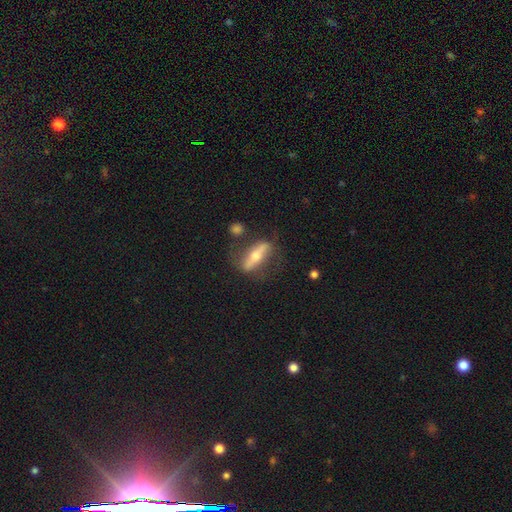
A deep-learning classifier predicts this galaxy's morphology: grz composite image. It shows a featured or disk galaxy (63%) viewed edge-on (63%). Merging: none (69%).